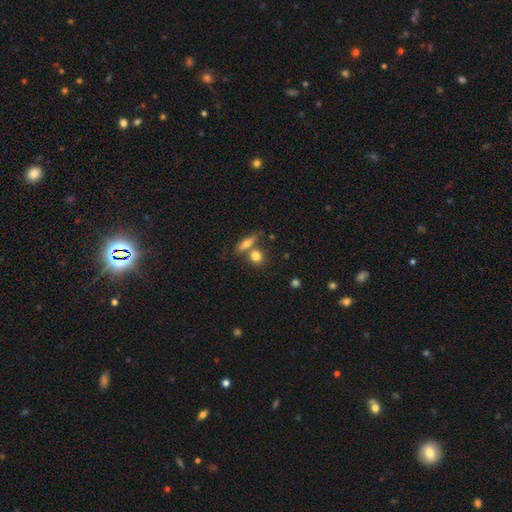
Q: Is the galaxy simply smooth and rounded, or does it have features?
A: smooth — 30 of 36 (83%).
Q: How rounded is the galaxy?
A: round — 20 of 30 (67%).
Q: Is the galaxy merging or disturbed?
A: none — 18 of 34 (53%).